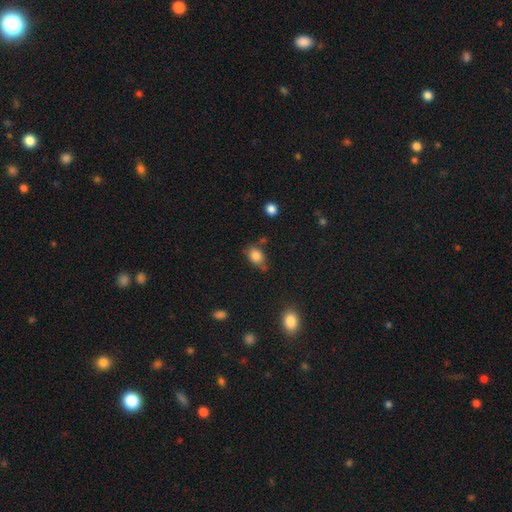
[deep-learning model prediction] A smooth galaxy with no disk features (82%) that is in between round and cigar-shaped (74%). Merging: none (63%).